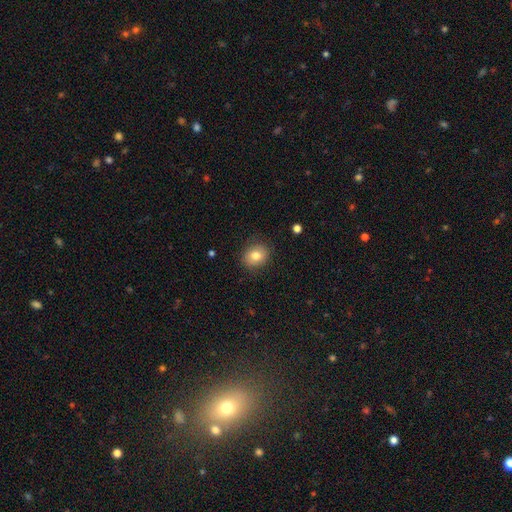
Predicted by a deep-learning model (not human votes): Smooth or featured?
  - smooth: 80% *
  - featured or disk: 11%
  - star or artifact: 10%
How rounded?
  - round: 65% *
  - in between: 34%
  - cigar-shaped: 1%
Merging?
  - none: 85% *
  - minor disturbance: 11%
  - major disturbance: 3%
  - merger: 1%